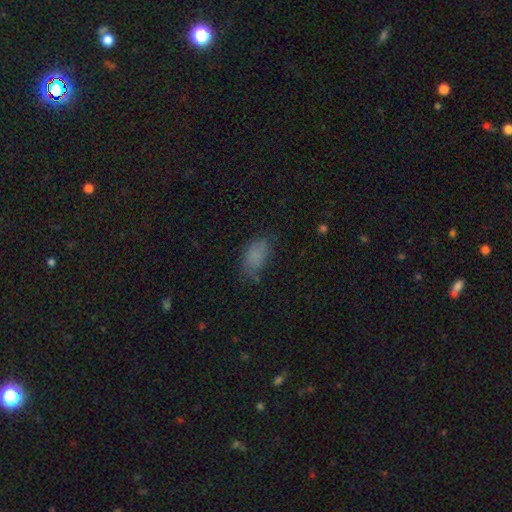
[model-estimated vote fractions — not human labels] A smooth galaxy with no disk features (80%) that is in between round and cigar-shaped (92%). Merging: none (61%).